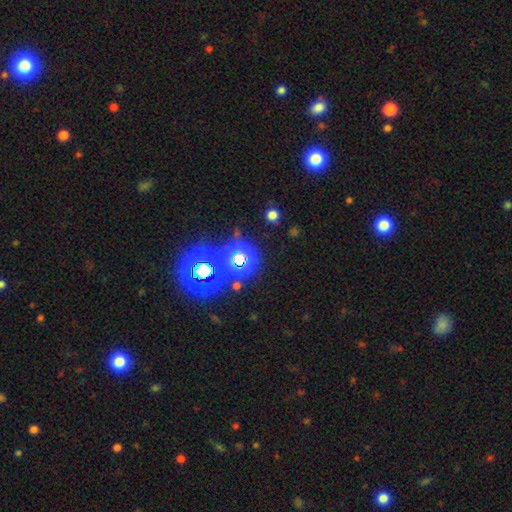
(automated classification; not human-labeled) Morphology: type=star or artifact (57%).